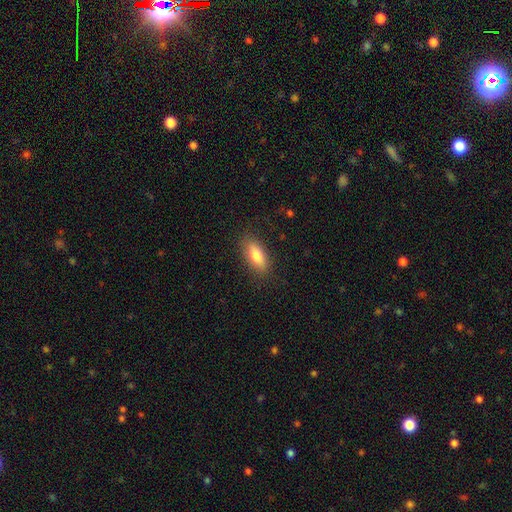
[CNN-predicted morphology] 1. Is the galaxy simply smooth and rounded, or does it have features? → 77% smooth, 16% featured or disk, 7% star or artifact.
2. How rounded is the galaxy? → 76% in between, 21% cigar-shaped, 3% round.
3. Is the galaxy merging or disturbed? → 85% none, 11% minor disturbance, 3% major disturbance, 1% merger.